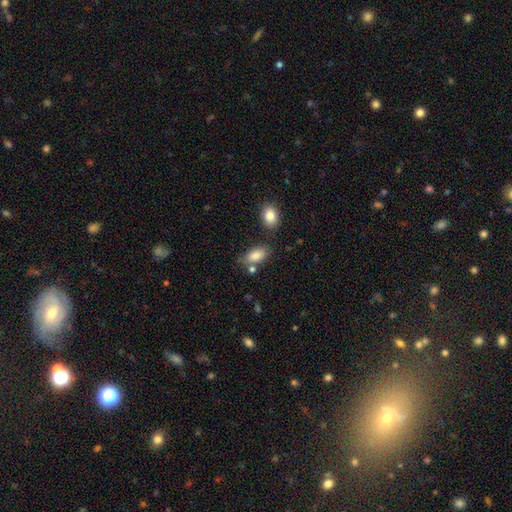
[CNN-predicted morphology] This appears to be a smooth galaxy with no disk features (85%) that is in between round and cigar-shaped (90%). Merging: none (67%).